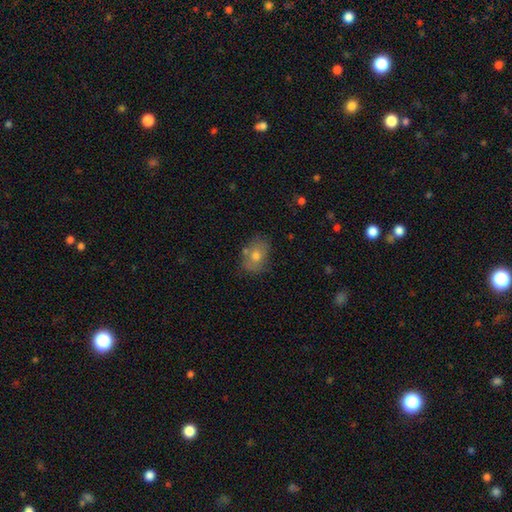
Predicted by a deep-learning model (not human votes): This is likely a smooth galaxy (63%). How rounded: likely in between (67%). Merging: likely none (68%).